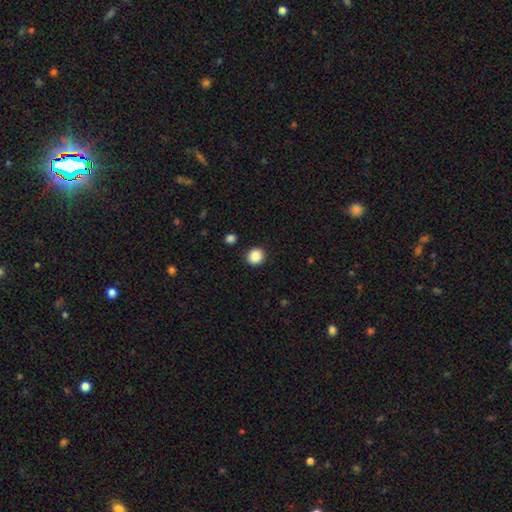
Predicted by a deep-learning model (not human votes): Morphology: type=smooth (88%); roundness=round (89%); merging=none (91%).